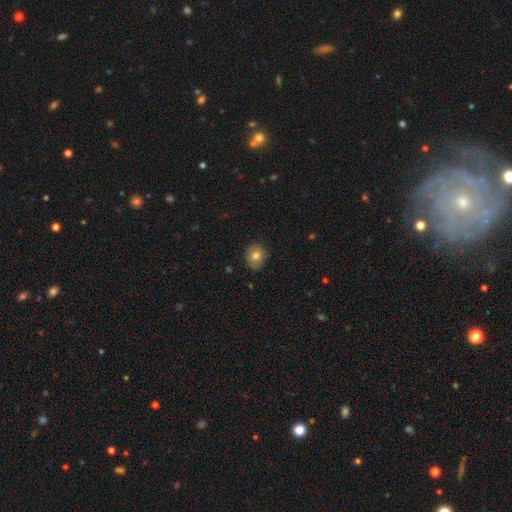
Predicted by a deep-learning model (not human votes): Smooth or featured: smooth — 79% (featured or disk — 12%)
How rounded: round — 64% (in between — 35%)
Merging: none — 85% (minor disturbance — 12%)